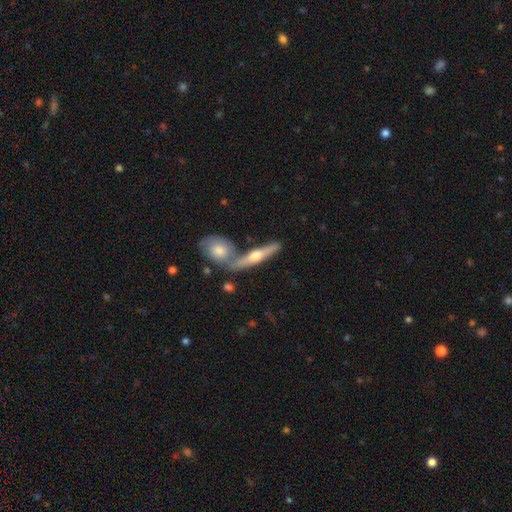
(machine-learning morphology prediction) Q: Smooth or featured?
A: featured or disk (62%); runner-up: smooth (32%)
Q: Edge-on disk?
A: yes (91%); runner-up: no (9%)
Q: Edge-on bulge?
A: rounded (92%); runner-up: none (4%)
Q: Merging?
A: none (55%); runner-up: merger (32%)